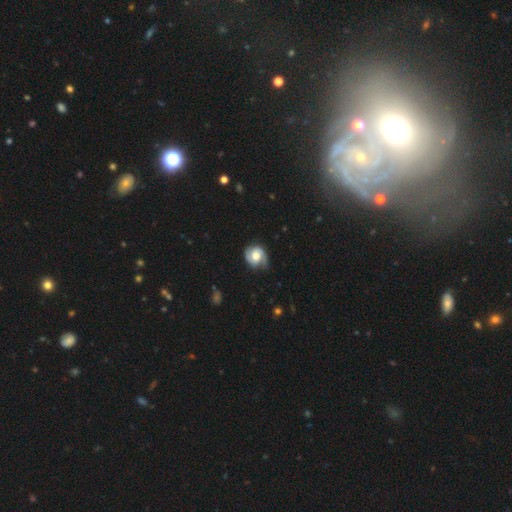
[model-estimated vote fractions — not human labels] The model was most divided on "spiral winding": medium: 43%, tight: 39%, loose: 18%. More confident: edge-on disk — no (98%); spiral arms — yes (92%); spiral arm count — 2 (84%); merging — none (70%); smooth or featured — featured or disk (69%); bar — no (57%); bulge size — moderate (56%).